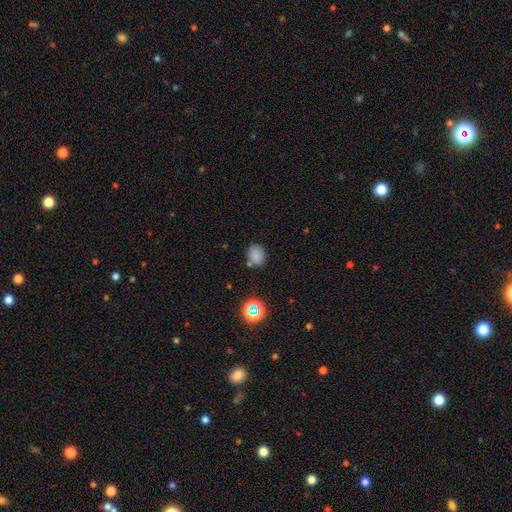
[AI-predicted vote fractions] This appears to be a smooth galaxy with no disk features (77%) that is round (51%). Merging: none (75%).